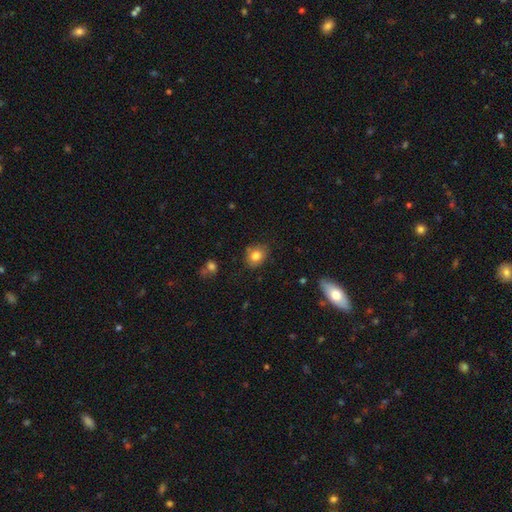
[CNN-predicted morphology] The model was most divided on "how rounded": round: 50%, in between: 49%, cigar-shaped: 1%. More confident: smooth or featured — smooth (81%); merging — none (76%).